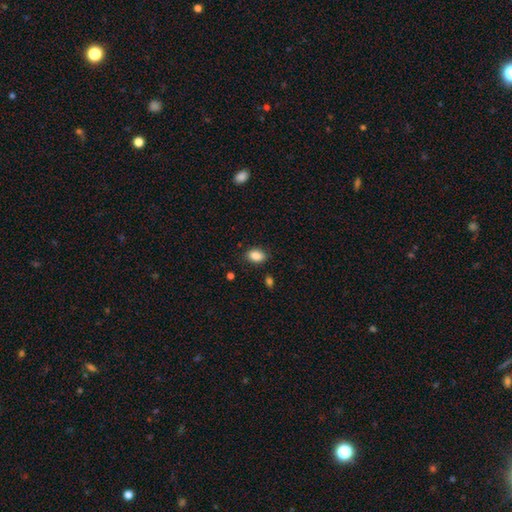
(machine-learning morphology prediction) A smooth galaxy with no disk features (88%) that is in between round and cigar-shaped (83%). Merging: none (84%).